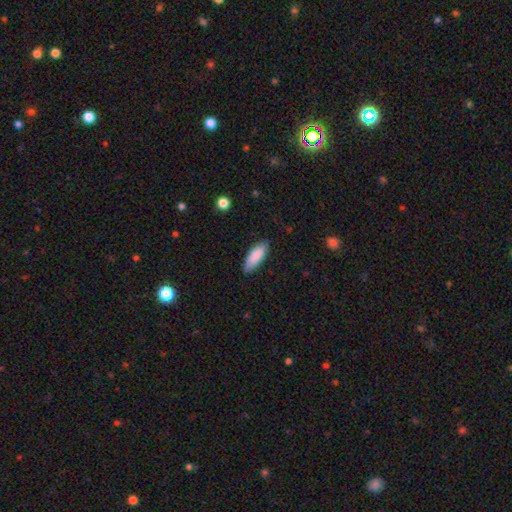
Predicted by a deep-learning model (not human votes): Q: Smooth or featured?
A: smooth (88%); runner-up: featured or disk (7%)
Q: How rounded?
A: in between (71%); runner-up: cigar-shaped (27%)
Q: Merging?
A: none (81%); runner-up: minor disturbance (16%)